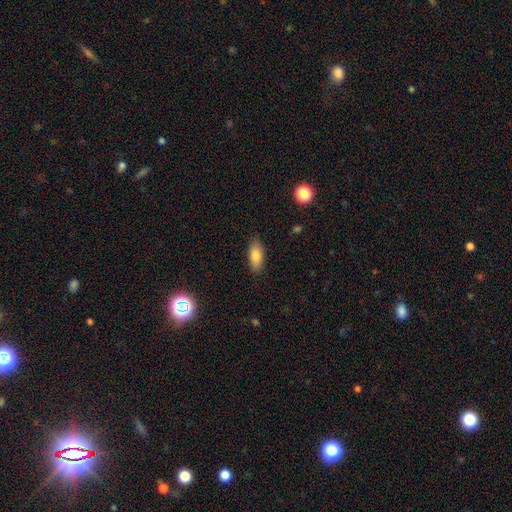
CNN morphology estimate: smooth-or-featured: smooth: 81% | featured or disk: 12% | star or artifact: 8%
  how-rounded: in between: 81% | cigar-shaped: 16% | round: 3%
  merging: none: 86% | minor disturbance: 10% | major disturbance: 2% | merger: 1%